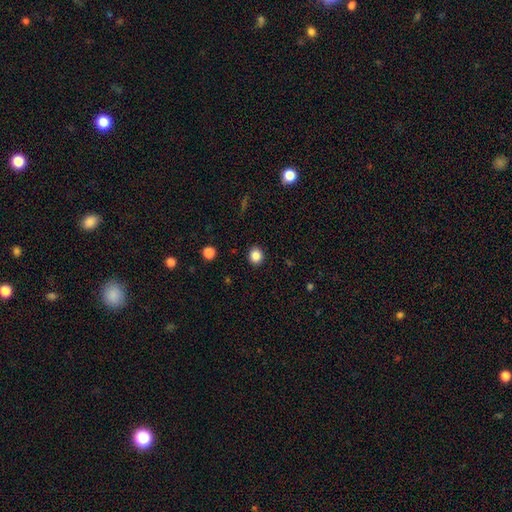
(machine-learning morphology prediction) This is clearly a smooth galaxy (85%). How rounded: likely round (76%). Merging: clearly none (91%).